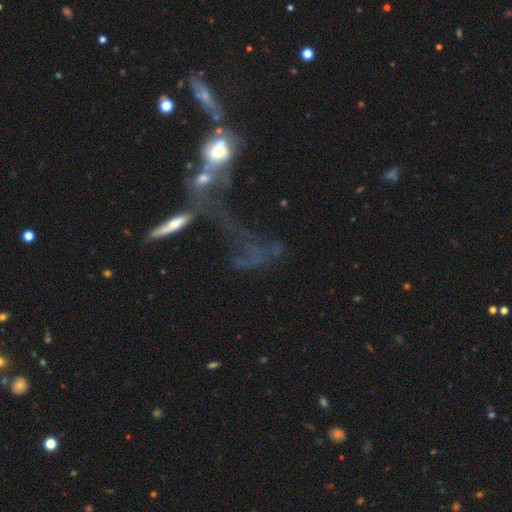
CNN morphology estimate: This is marginally a featured or disk galaxy (44%). Merging: marginally merger (42%).